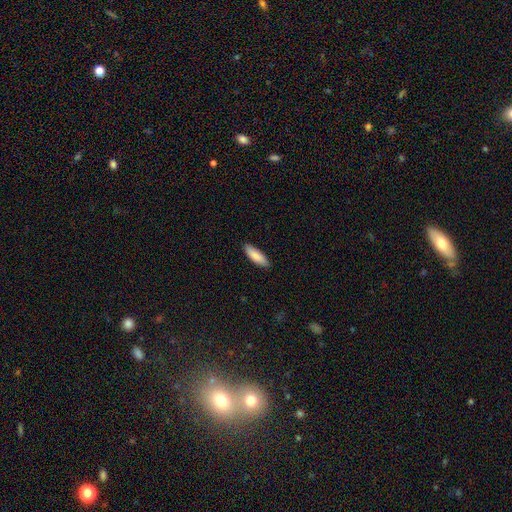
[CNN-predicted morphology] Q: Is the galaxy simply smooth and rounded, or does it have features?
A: smooth — 88%.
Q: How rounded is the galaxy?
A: in between — 52%.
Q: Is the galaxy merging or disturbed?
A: none — 89%.